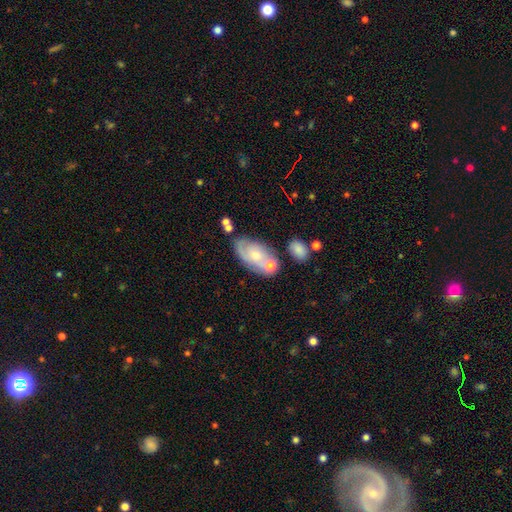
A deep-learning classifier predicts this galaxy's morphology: smooth-or-featured: featured or disk: 49% | smooth: 44% | star or artifact: 7%
  merging: none: 46% | merger: 23% | minor disturbance: 22% | major disturbance: 9%